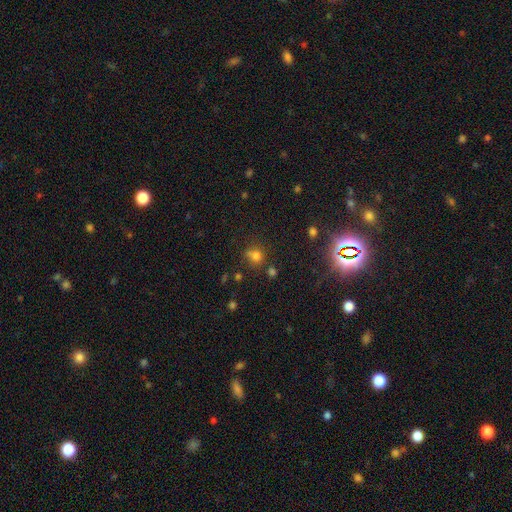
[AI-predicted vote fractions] A smooth galaxy with no disk features (70%) that is round (79%).

Vote fractions:
- Smooth or featured? smooth: 70% / star or artifact: 21% / featured or disk: 9%
- How rounded? round: 79% / in between: 20% / cigar-shaped: 1%
- Merging? none: 62% / minor disturbance: 17% / merger: 14% / major disturbance: 7%